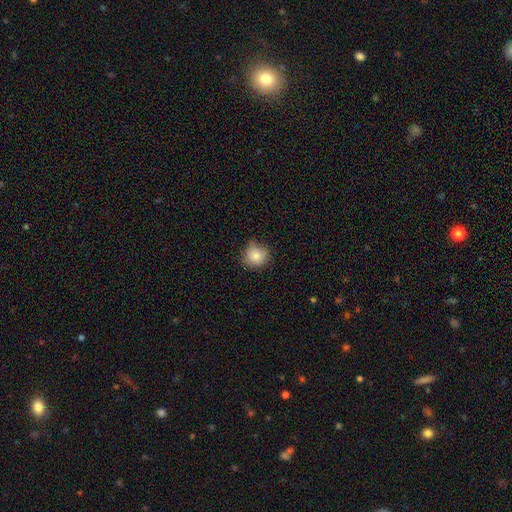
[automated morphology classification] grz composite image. It shows a smooth galaxy with no disk features (84%) that is round (87%). Merging: none (73%).